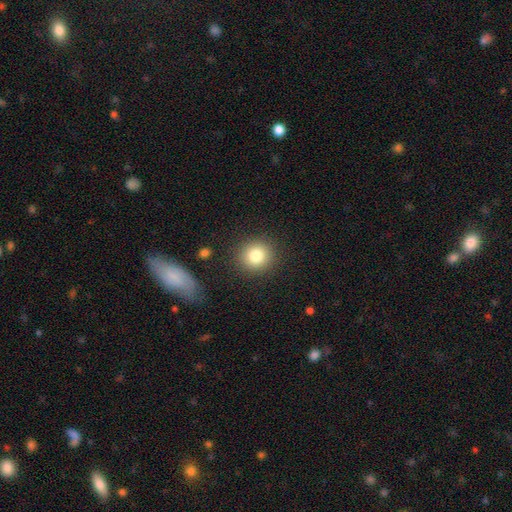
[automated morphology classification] smooth 81%, star or artifact 11%, featured or disk 8%. Down the decision tree: how rounded — round (89%); merging — none (88%).